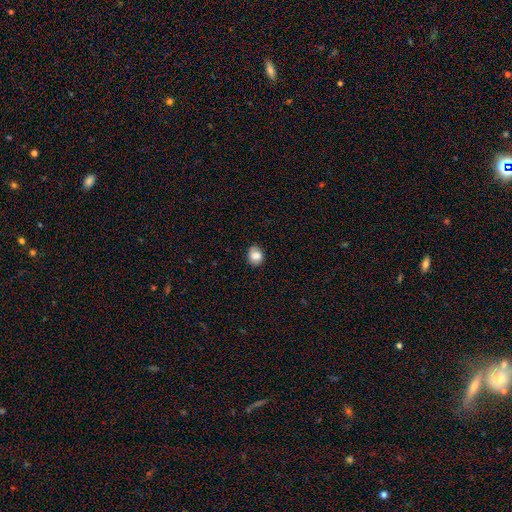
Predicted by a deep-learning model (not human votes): Q: Smooth or featured?
A: smooth (81%); runner-up: featured or disk (10%)
Q: How rounded?
A: round (59%); runner-up: in between (40%)
Q: Merging?
A: none (84%); runner-up: minor disturbance (12%)